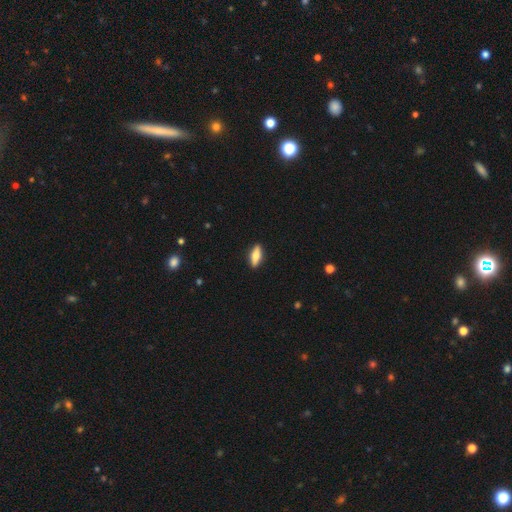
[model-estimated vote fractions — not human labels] Smooth or featured?
  - smooth: 64% *
  - featured or disk: 29%
  - star or artifact: 6%
How rounded?
  - in between: 59% *
  - cigar-shaped: 39%
  - round: 3%
Merging?
  - none: 89% *
  - minor disturbance: 8%
  - major disturbance: 2%
  - merger: 1%